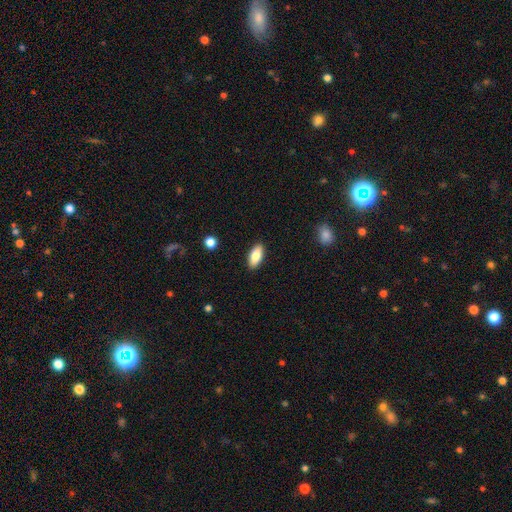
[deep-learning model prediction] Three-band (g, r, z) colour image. It shows a smooth galaxy with no disk features (81%) that is in between round and cigar-shaped (86%). Merging: none (90%).